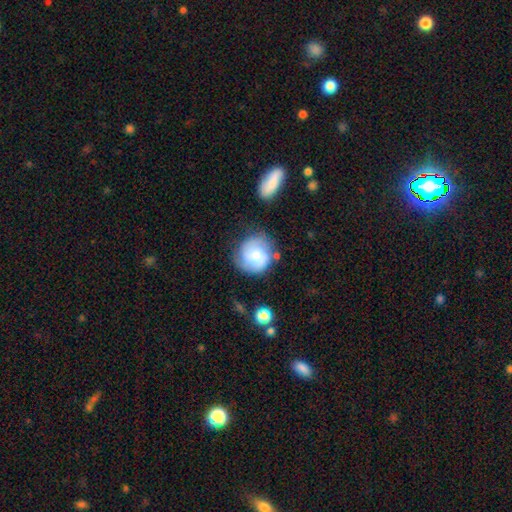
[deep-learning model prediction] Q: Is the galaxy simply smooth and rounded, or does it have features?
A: smooth — 47%.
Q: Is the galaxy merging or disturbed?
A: none — 67%.